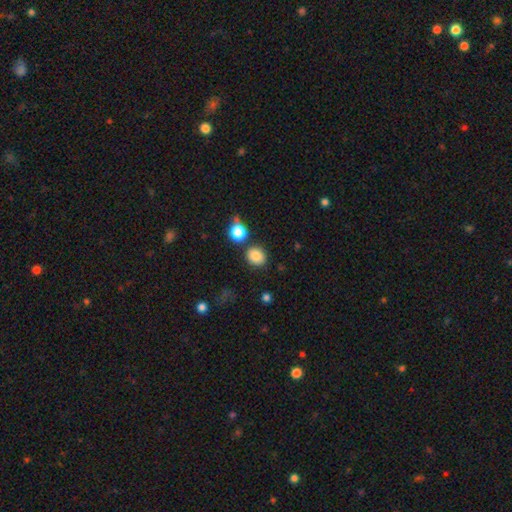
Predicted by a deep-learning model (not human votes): Q: Smooth or featured?
A: smooth (82%); runner-up: star or artifact (12%)
Q: How rounded?
A: round (69%); runner-up: in between (30%)
Q: Merging?
A: none (79%); runner-up: minor disturbance (10%)